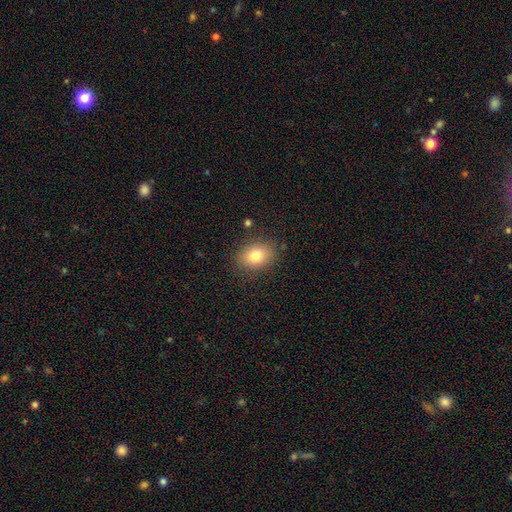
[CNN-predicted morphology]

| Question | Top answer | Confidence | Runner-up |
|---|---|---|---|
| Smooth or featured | smooth | 81% | featured or disk (9%) |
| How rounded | in between | 67% | round (32%) |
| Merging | none | 84% | minor disturbance (11%) |